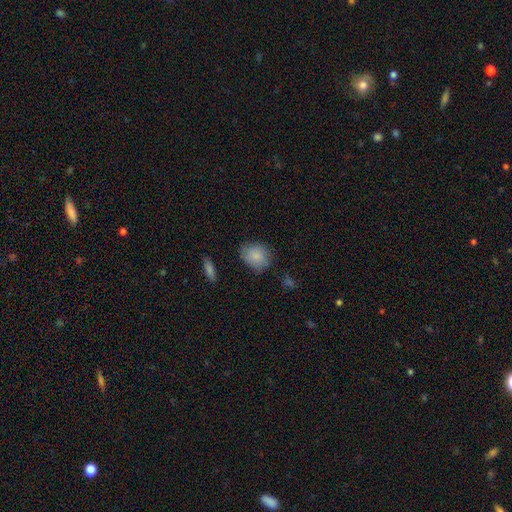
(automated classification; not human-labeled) smooth 84%, featured or disk 8%, star or artifact 7%. Down the decision tree: how rounded — round (60%); merging — none (70%).